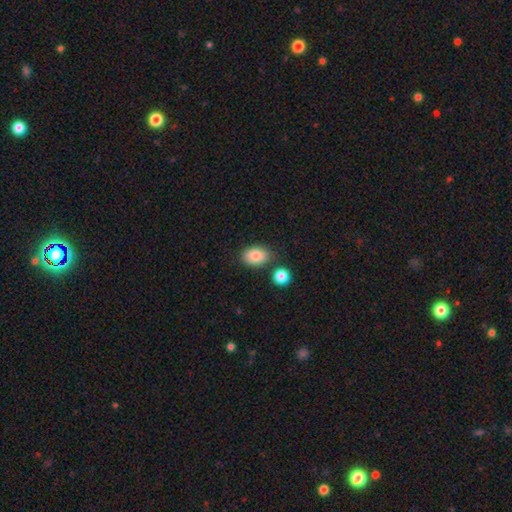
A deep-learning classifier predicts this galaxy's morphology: A smooth galaxy with no disk features (84%) that is in between round and cigar-shaped (84%).

Vote fractions:
- Smooth or featured? smooth: 84% / star or artifact: 8% / featured or disk: 7%
- How rounded? in between: 84% / round: 15% / cigar-shaped: 1%
- Merging? none: 75% / minor disturbance: 13% / merger: 9% / major disturbance: 3%